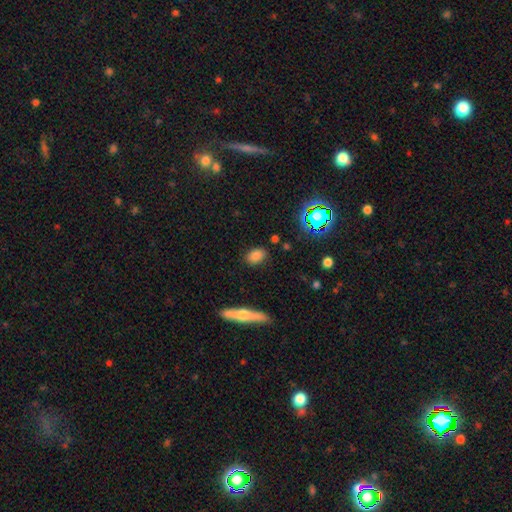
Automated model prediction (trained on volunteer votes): Smooth or featured: smooth — 78% (star or artifact — 13%)
How rounded: in between — 78% (round — 19%)
Merging: none — 84% (minor disturbance — 11%)